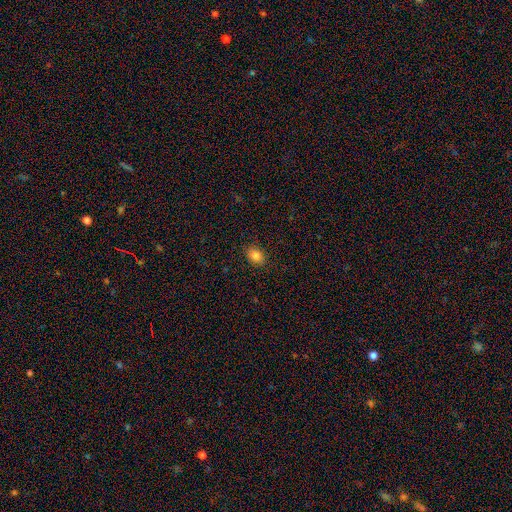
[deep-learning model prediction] A smooth galaxy with no disk features (84%) that is in between round and cigar-shaped (71%).

Vote fractions:
- Smooth or featured? smooth: 84% / star or artifact: 10% / featured or disk: 6%
- How rounded? in between: 71% / round: 28% / cigar-shaped: 1%
- Merging? none: 88% / minor disturbance: 9% / major disturbance: 2% / merger: 1%